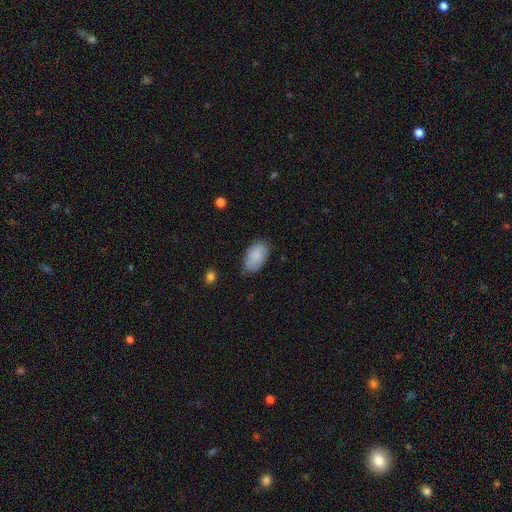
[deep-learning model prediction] Smooth or featured: smooth — 86% (featured or disk — 8%)
How rounded: in between — 94% (round — 5%)
Merging: none — 74% (minor disturbance — 20%)